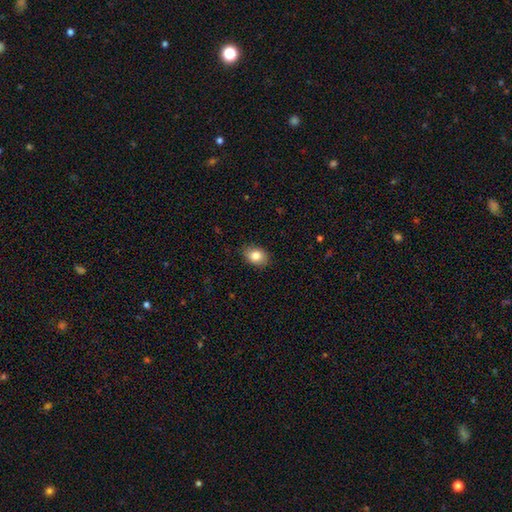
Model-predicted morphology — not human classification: The model was most divided on "how rounded": in between: 72%, round: 27%, cigar-shaped: 1%. More confident: merging — none (87%); smooth or featured — smooth (84%).